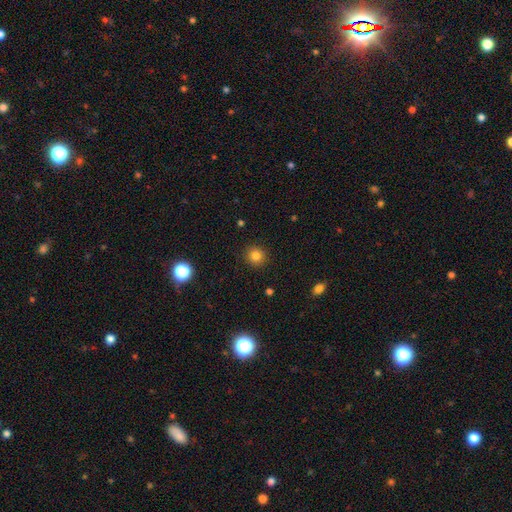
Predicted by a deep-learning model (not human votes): A smooth galaxy with no disk features (83%) that is round (92%).

Vote fractions:
- Smooth or featured? smooth: 83% / star or artifact: 13% / featured or disk: 5%
- How rounded? round: 92% / in between: 7% / cigar-shaped: 1%
- Merging? none: 91% / minor disturbance: 6% / major disturbance: 2% / merger: 1%